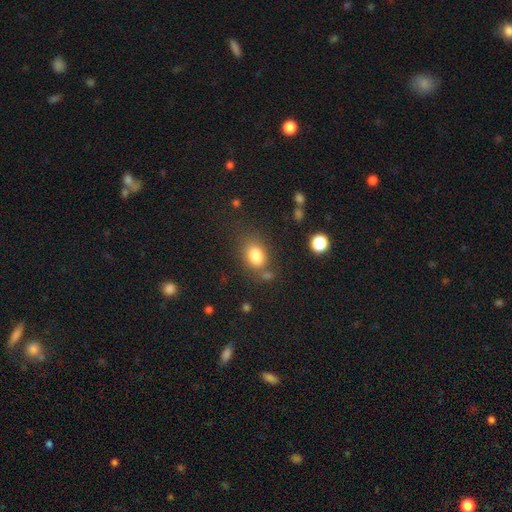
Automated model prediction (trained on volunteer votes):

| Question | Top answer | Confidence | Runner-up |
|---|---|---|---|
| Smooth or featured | smooth | 84% | star or artifact (10%) |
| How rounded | in between | 76% | round (22%) |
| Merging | none | 61% | minor disturbance (19%) |